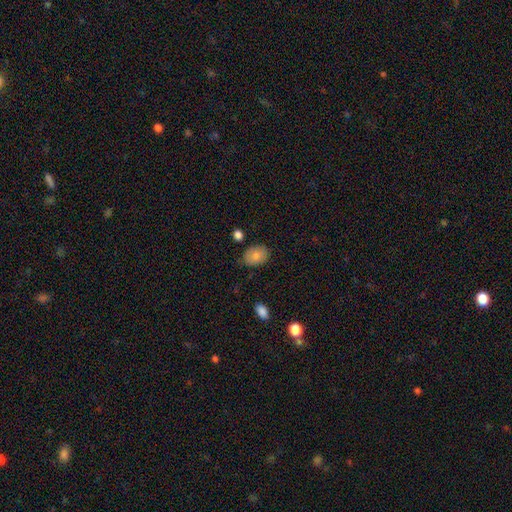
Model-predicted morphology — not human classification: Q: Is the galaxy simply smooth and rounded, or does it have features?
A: smooth — 81%.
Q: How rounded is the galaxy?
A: in between — 79%.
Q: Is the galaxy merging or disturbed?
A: none — 80%.